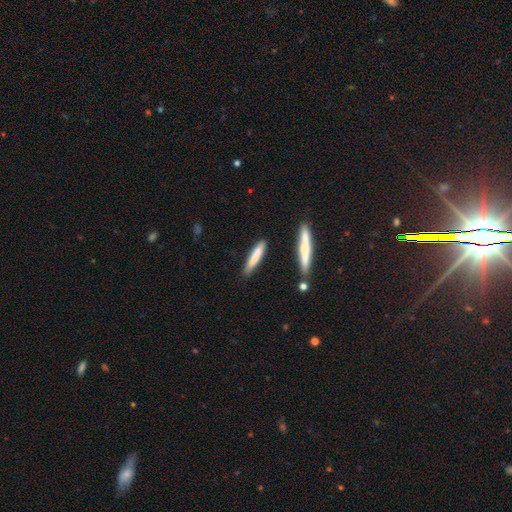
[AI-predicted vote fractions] smooth-or-featured: smooth: 73% | featured or disk: 21% | star or artifact: 6%
  how-rounded: cigar-shaped: 90% | in between: 9% | round: 1%
  merging: none: 82% | minor disturbance: 12% | merger: 4% | major disturbance: 2%